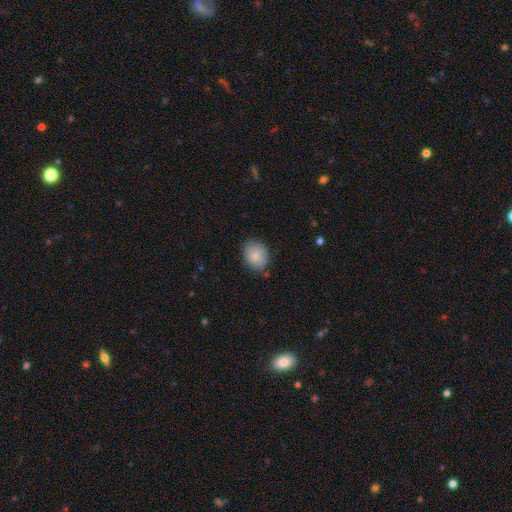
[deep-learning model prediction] Smooth or featured?
  - smooth: 84% *
  - featured or disk: 9%
  - star or artifact: 7%
How rounded?
  - in between: 54% *
  - round: 45%
  - cigar-shaped: 1%
Merging?
  - none: 79% *
  - minor disturbance: 16%
  - major disturbance: 3%
  - merger: 2%